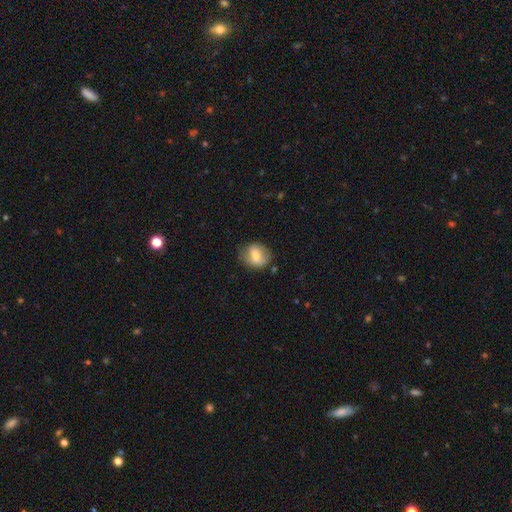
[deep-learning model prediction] The model was most divided on "how rounded": round: 57%, in between: 42%, cigar-shaped: 1%. More confident: merging — none (71%); smooth or featured — smooth (69%).